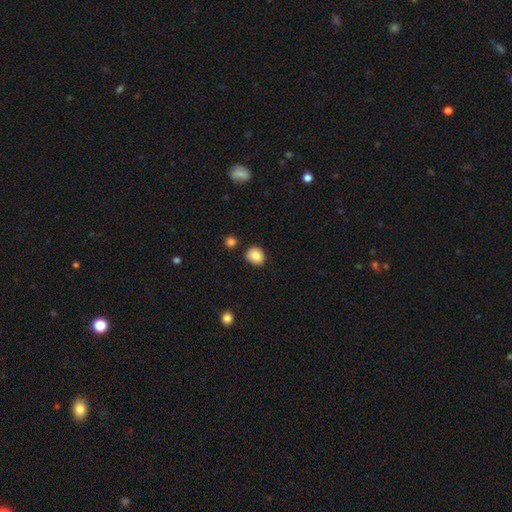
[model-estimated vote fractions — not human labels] This appears to be a smooth galaxy with no disk features (86%) that is round (68%). Merging: none (79%).